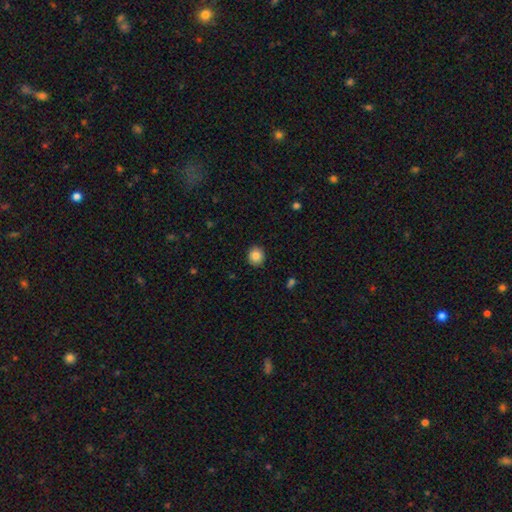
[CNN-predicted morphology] This is clearly a smooth galaxy (85%). How rounded: clearly round (85%). Merging: clearly none (90%).